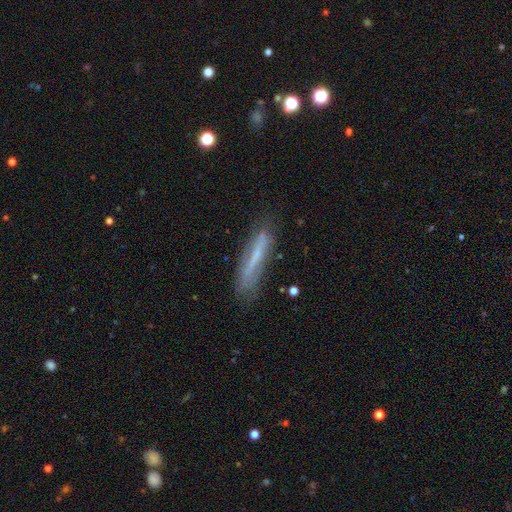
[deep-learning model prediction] Q: Smooth or featured?
A: smooth (46%); runner-up: featured or disk (45%)
Q: Merging?
A: none (71%); runner-up: minor disturbance (20%)